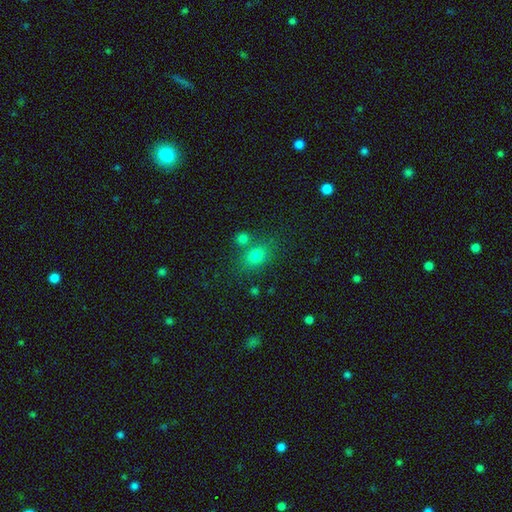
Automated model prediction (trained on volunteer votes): Q: Smooth or featured?
A: smooth (77%); runner-up: star or artifact (14%)
Q: How rounded?
A: in between (57%); runner-up: round (41%)
Q: Merging?
A: none (64%); runner-up: merger (19%)